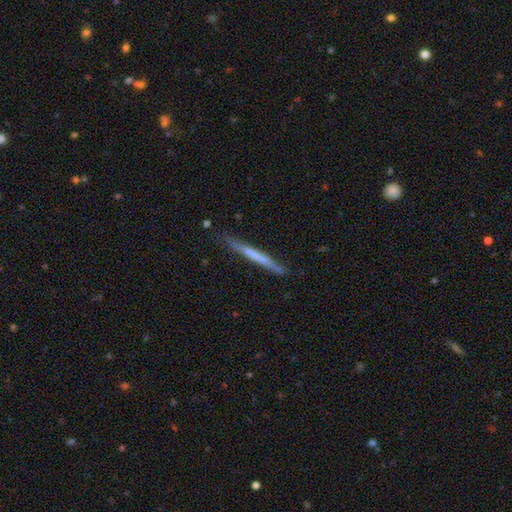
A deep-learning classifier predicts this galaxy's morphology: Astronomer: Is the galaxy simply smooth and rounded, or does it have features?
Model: smooth — 47%, tied with featured or disk at 47%.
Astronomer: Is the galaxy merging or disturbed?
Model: none — 83%.